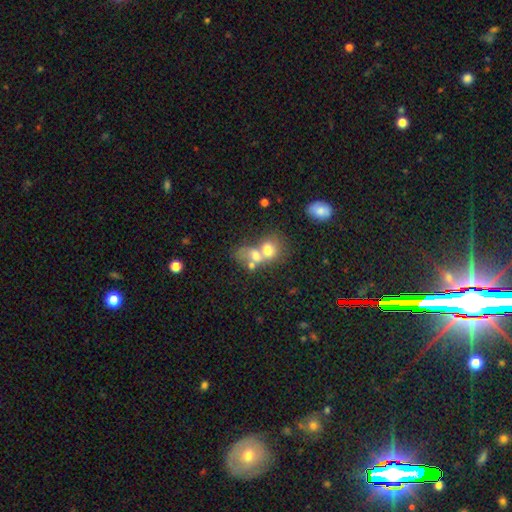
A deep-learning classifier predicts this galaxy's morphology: Smooth or featured? Predicted: smooth (p=0.63). How rounded? Predicted: in between (p=0.52). Merging? Predicted: merger (p=0.72).